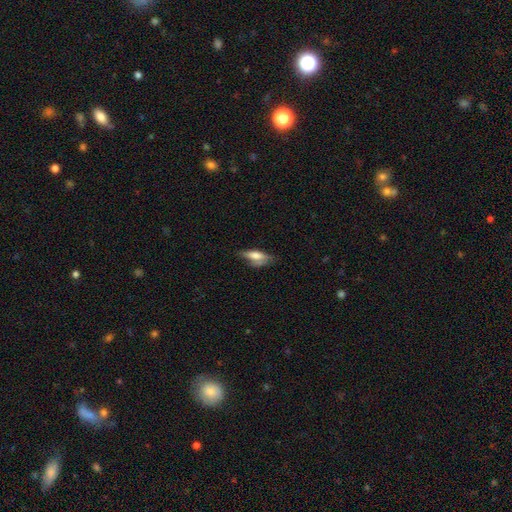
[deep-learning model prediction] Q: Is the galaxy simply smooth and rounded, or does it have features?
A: smooth — 65%.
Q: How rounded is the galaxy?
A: in between — 61%.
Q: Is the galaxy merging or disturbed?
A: none — 45%.